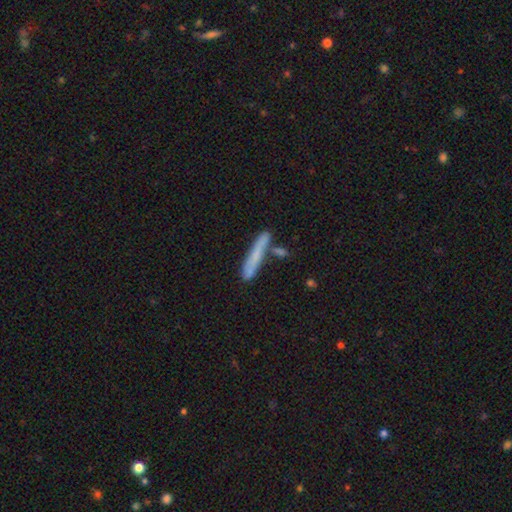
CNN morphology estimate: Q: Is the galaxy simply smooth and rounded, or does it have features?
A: smooth — 67%.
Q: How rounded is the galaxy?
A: cigar-shaped — 93%.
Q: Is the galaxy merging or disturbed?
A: none — 68%.